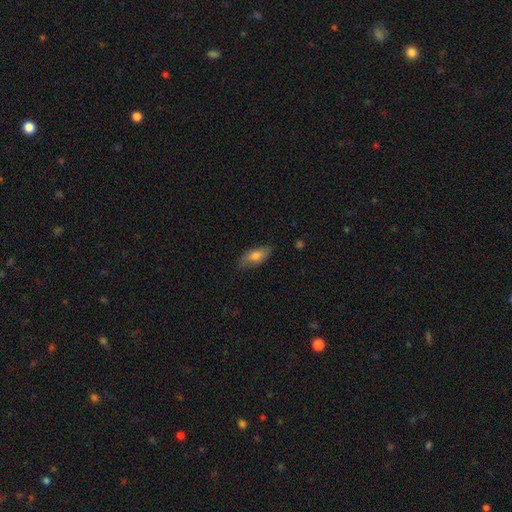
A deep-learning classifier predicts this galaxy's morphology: A smooth galaxy with no disk features (74%) that is in between round and cigar-shaped (82%). Merging: none (78%).